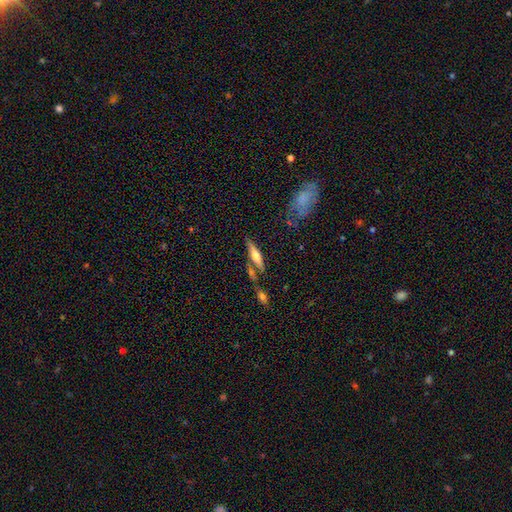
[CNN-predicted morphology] A featured or disk galaxy (52%) viewed edge-on (92%). Merging: none (63%).